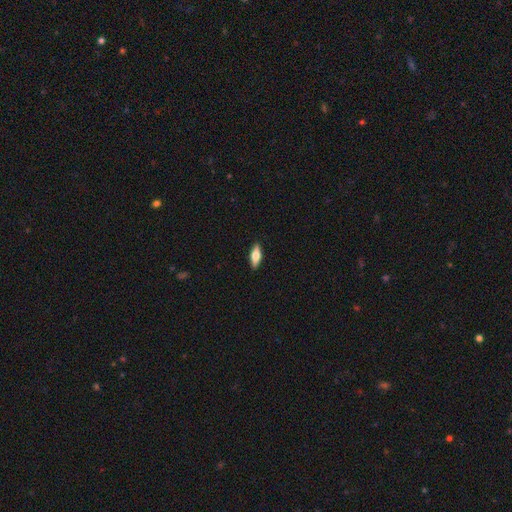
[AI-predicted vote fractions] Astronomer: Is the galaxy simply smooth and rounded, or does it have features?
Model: smooth — 58% (runner-up: featured or disk, 36%).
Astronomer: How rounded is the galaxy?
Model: in between — 62%.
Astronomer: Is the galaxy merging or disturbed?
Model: none — 90%.